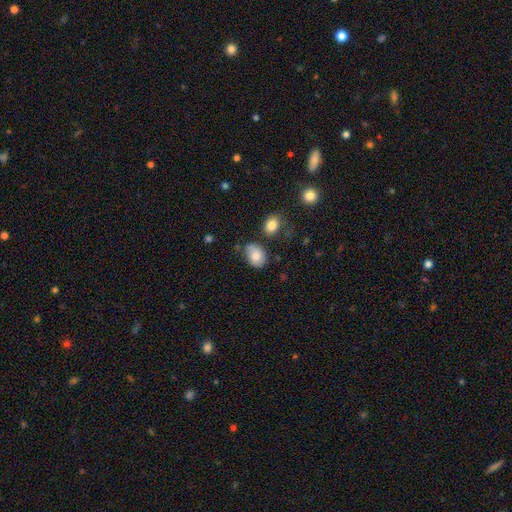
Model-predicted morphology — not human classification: Overall: smooth (80%). How rounded: in between (73%). Merging: none (60%; minor disturbance 27%).